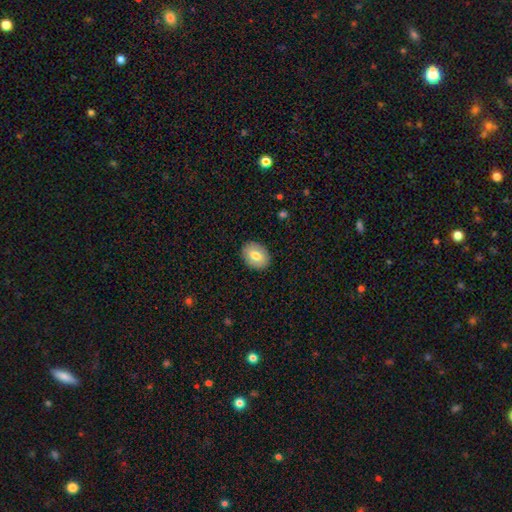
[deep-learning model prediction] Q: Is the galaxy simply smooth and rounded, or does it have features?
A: smooth — 76%.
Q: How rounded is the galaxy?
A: in between — 71%.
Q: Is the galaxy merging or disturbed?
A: none — 89%.